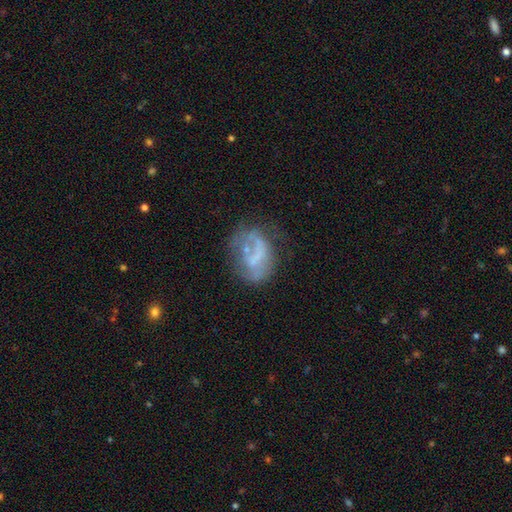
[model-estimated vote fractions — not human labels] Q: Smooth or featured?
A: featured or disk (57%); runner-up: smooth (30%)
Q: Edge-on disk?
A: no (96%); runner-up: yes (4%)
Q: Bar?
A: no (55%); runner-up: weak (28%)
Q: Spiral arms?
A: no (68%); runner-up: yes (32%)
Q: Bulge size?
A: none (59%); runner-up: small (25%)
Q: Merging?
A: none (48%); runner-up: major disturbance (23%)